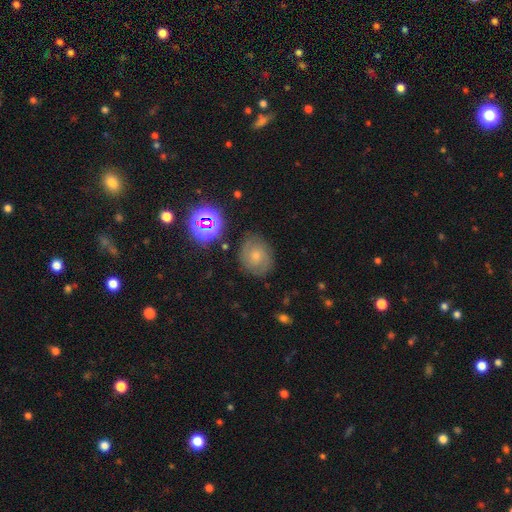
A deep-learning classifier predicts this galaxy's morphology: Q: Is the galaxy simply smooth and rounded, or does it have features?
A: featured or disk — 53%.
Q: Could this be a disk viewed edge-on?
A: no — 97%.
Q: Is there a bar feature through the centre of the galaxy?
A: no — 70%.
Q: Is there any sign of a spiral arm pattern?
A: yes — 88%.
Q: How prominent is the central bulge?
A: small — 61%.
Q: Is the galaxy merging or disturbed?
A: none — 78%.